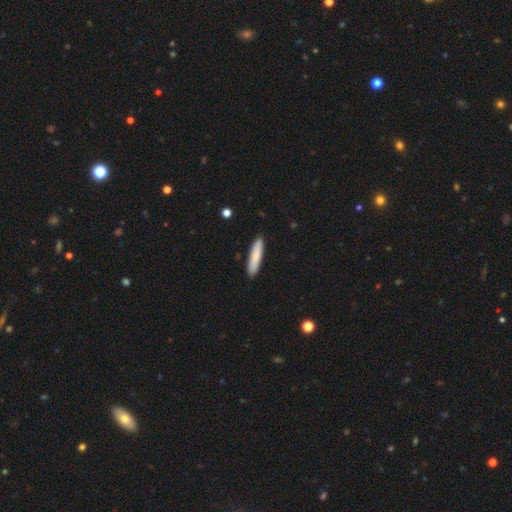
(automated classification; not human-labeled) Overall: smooth (82%). How rounded: cigar-shaped (84%). Merging: none (90%).